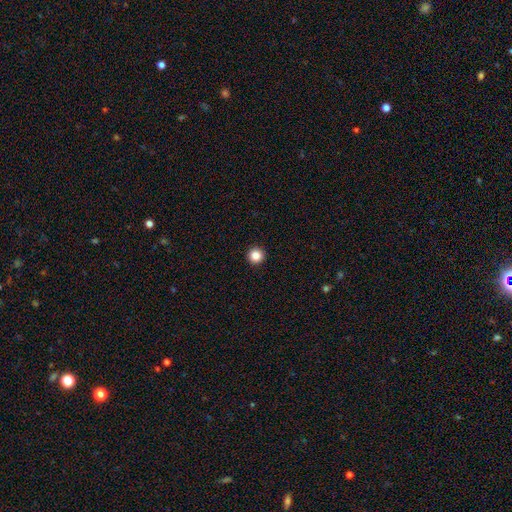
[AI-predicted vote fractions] A smooth galaxy with no disk features (85%) that is round (96%).

Vote fractions:
- Smooth or featured? smooth: 85% / star or artifact: 11% / featured or disk: 4%
- How rounded? round: 96% / in between: 3% / cigar-shaped: 1%
- Merging? none: 94% / minor disturbance: 4% / major disturbance: 1% / merger: 1%